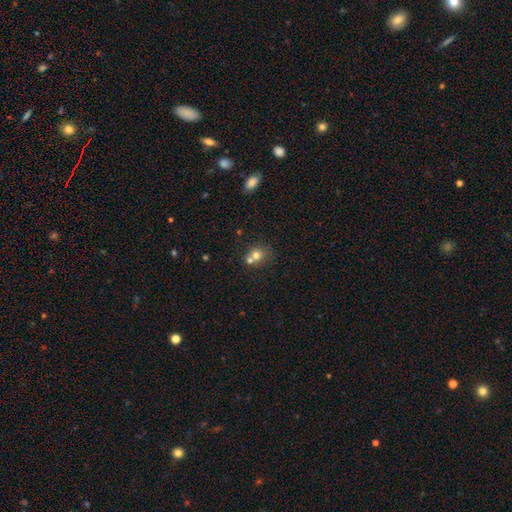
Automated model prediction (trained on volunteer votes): Morphology: type=smooth (71%); roundness=round (76%); merging=merger (47%).